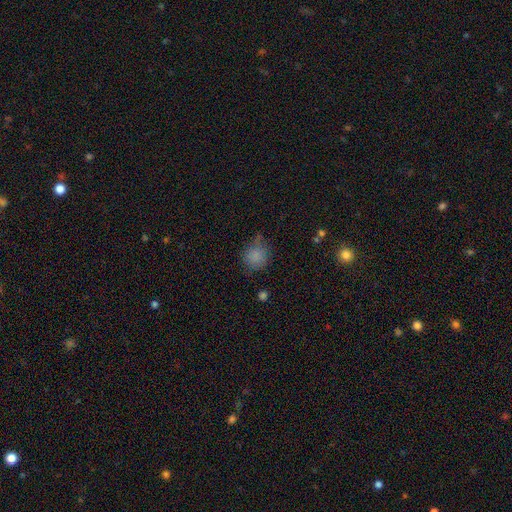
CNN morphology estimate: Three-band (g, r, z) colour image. It shows a smooth galaxy with no disk features (82%) that is round (78%). Merging: none (56%).